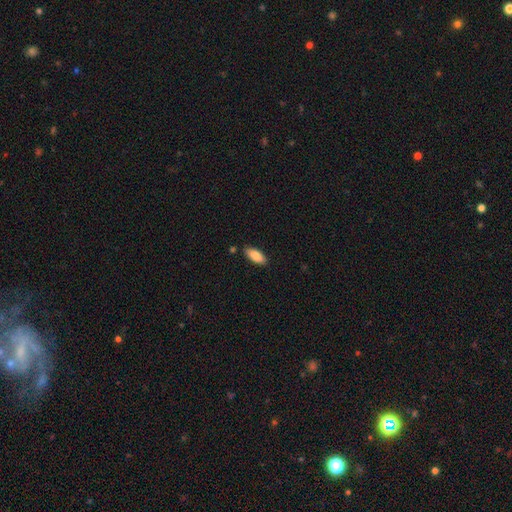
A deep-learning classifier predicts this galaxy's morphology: type=smooth (86%); roundness=in between (82%); merging=none (85%).